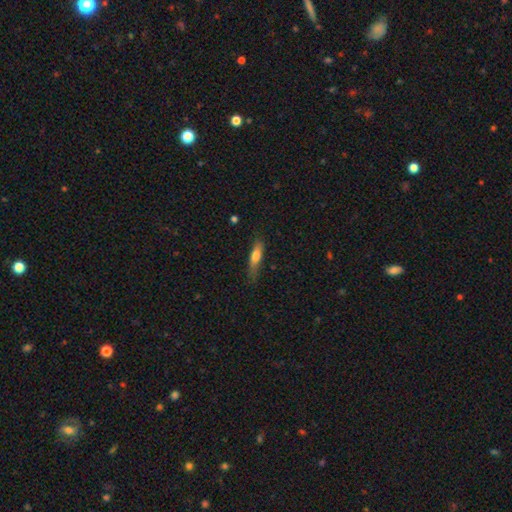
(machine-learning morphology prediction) Smooth or featured?
  - smooth: 69% *
  - featured or disk: 25%
  - star or artifact: 6%
How rounded?
  - cigar-shaped: 69% *
  - in between: 29%
  - round: 2%
Merging?
  - none: 69% *
  - minor disturbance: 23%
  - major disturbance: 6%
  - merger: 2%